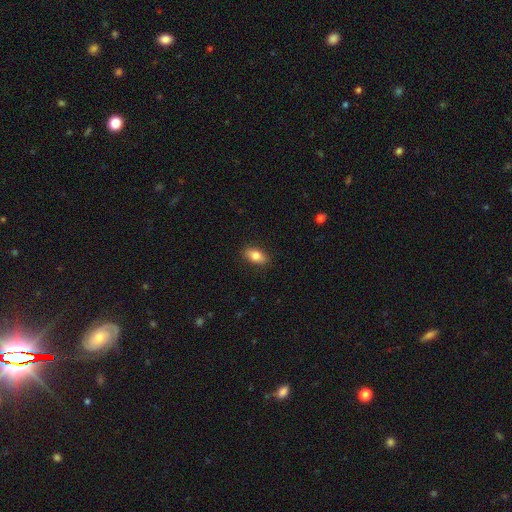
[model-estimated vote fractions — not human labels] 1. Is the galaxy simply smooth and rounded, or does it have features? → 83% smooth, 10% featured or disk, 7% star or artifact.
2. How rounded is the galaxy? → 89% in between, 6% round, 6% cigar-shaped.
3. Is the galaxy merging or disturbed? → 88% none, 9% minor disturbance, 2% major disturbance, 1% merger.